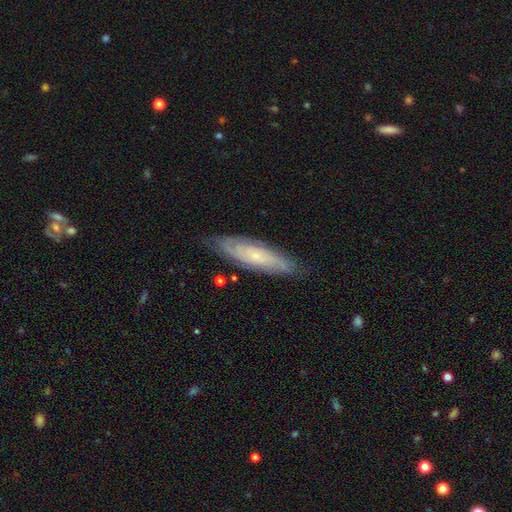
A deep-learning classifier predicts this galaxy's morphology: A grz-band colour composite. It shows a featured or disk galaxy (67%) with no bar (71%), spiral arms (90%) and a small central bulge (74%). Merging: none (76%).